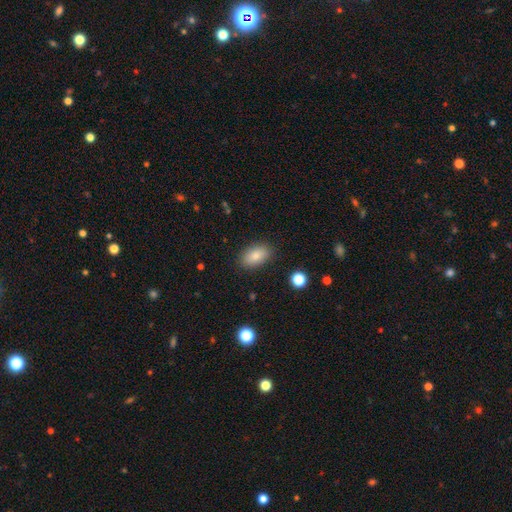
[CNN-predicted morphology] smooth 83%, featured or disk 9%, star or artifact 8%. Down the decision tree: how rounded — in between (92%); merging — none (86%).